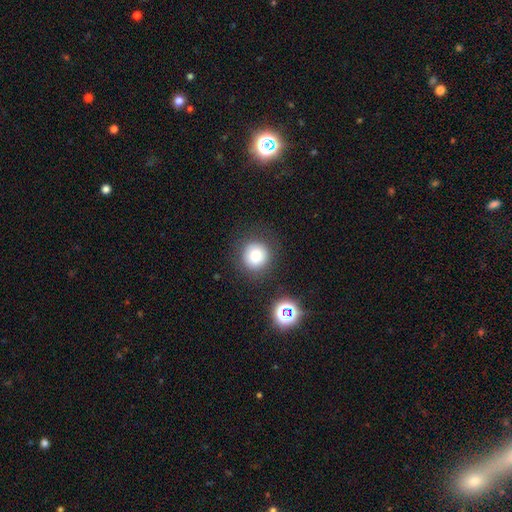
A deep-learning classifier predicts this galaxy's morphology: A smooth galaxy with no disk features (78%) that is round (91%).

Vote fractions:
- Smooth or featured? smooth: 78% / star or artifact: 13% / featured or disk: 9%
- How rounded? round: 91% / in between: 8% / cigar-shaped: 1%
- Merging? none: 82% / minor disturbance: 11% / major disturbance: 5% / merger: 3%